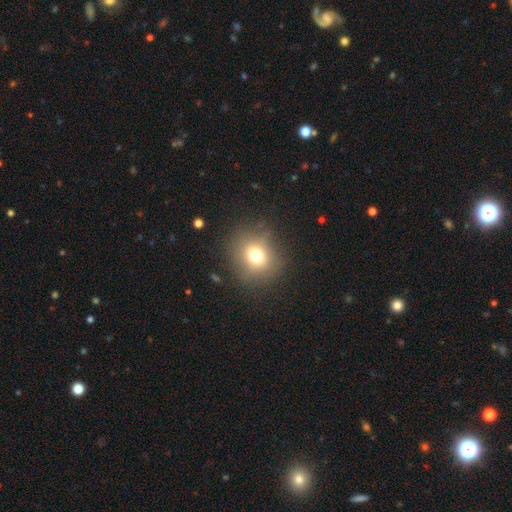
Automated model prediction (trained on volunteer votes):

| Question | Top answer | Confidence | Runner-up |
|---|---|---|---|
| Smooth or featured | smooth | 72% | star or artifact (16%) |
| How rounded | round | 84% | in between (15%) |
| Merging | none | 84% | minor disturbance (10%) |